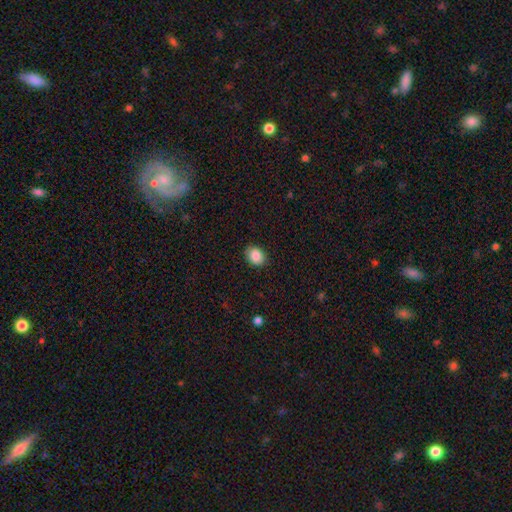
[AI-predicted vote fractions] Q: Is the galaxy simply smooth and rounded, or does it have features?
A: smooth — 87%.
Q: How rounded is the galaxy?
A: in between — 56%.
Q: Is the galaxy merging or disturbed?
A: none — 87%.